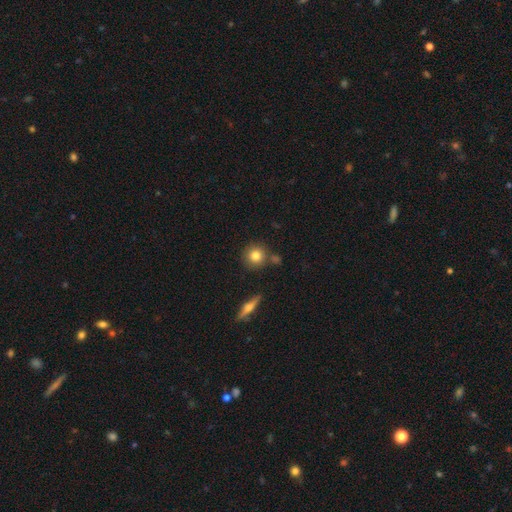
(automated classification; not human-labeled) Smooth or featured? Predicted: smooth (p=0.80). How rounded? Predicted: round (p=0.91). Merging? Predicted: none (p=0.78).